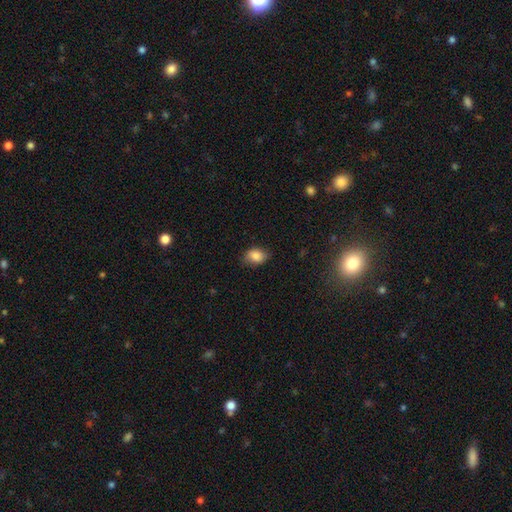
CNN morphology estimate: Smooth or featured? smooth (85%)
How rounded? in between (70%)
Merging? none (75%)